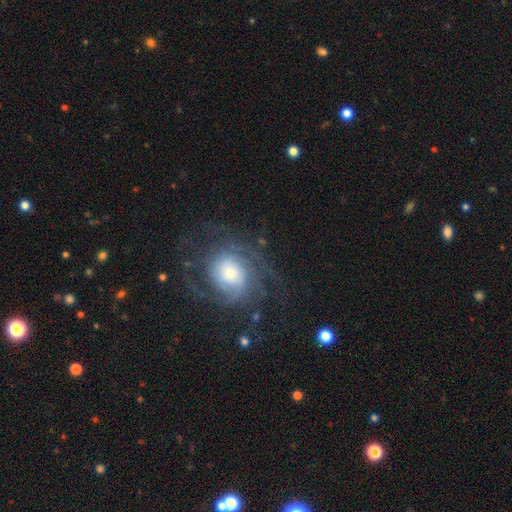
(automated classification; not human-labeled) Q: Smooth or featured?
A: featured or disk (72%); runner-up: smooth (17%)
Q: Edge-on disk?
A: no (97%); runner-up: yes (3%)
Q: Bar?
A: no (68%); runner-up: weak (26%)
Q: Spiral arms?
A: yes (89%); runner-up: no (11%)
Q: Spiral winding?
A: tight (49%); runner-up: medium (37%)
Q: Spiral arm count?
A: 2 (36%); runner-up: can't tell (34%)
Q: Bulge size?
A: moderate (43%); runner-up: large (28%)
Q: Merging?
A: none (69%); runner-up: minor disturbance (15%)